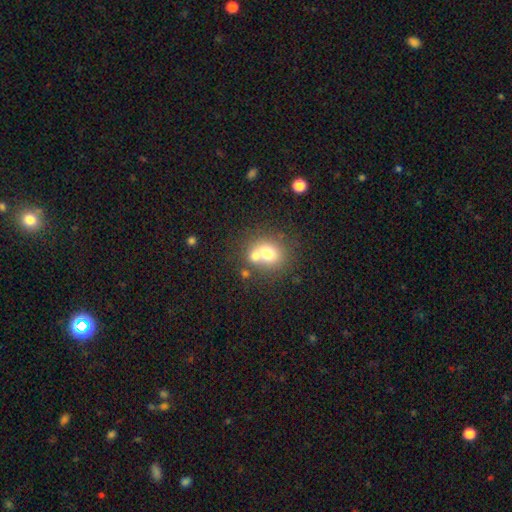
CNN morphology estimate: This appears to be a smooth galaxy with no disk features (68%) that is round (69%). Merging: merger (46%).